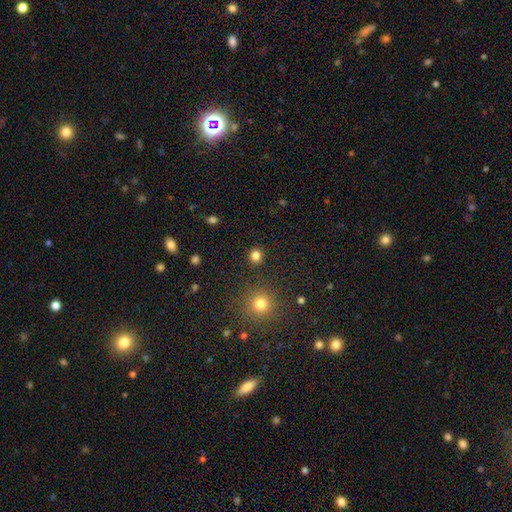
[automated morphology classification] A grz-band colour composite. It shows a smooth galaxy with no disk features (82%) that is round (90%). Merging: none (91%).